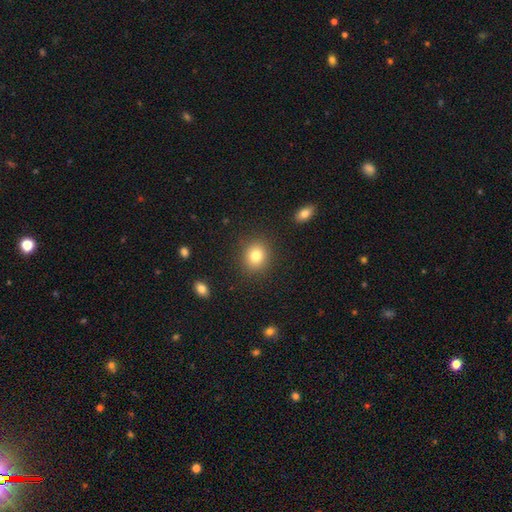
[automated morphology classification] type=smooth (80%); roundness=round (73%); merging=none (88%).